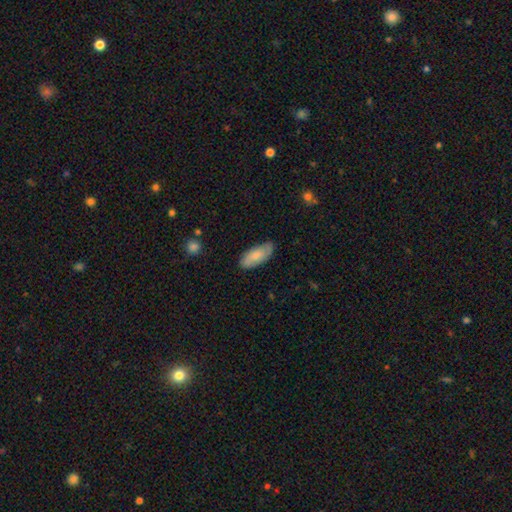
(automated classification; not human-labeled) Q: Smooth or featured?
A: smooth (79%); runner-up: featured or disk (16%)
Q: How rounded?
A: in between (86%); runner-up: cigar-shaped (12%)
Q: Merging?
A: none (79%); runner-up: minor disturbance (17%)